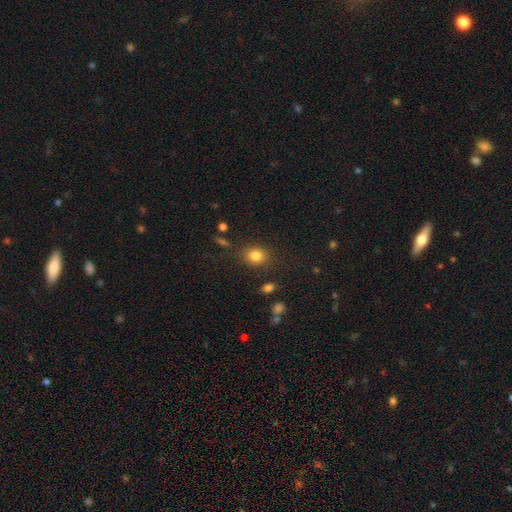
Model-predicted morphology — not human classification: smooth-or-featured: smooth: 82% | star or artifact: 11% | featured or disk: 7%
  how-rounded: round: 61% | in between: 38% | cigar-shaped: 1%
  merging: none: 82% | minor disturbance: 11% | major disturbance: 4% | merger: 3%